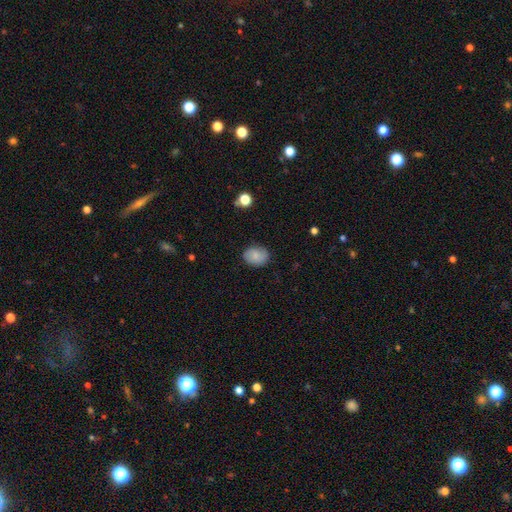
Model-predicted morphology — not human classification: Q: Smooth or featured?
A: smooth (80%); runner-up: featured or disk (12%)
Q: How rounded?
A: in between (56%); runner-up: round (43%)
Q: Merging?
A: none (82%); runner-up: minor disturbance (14%)